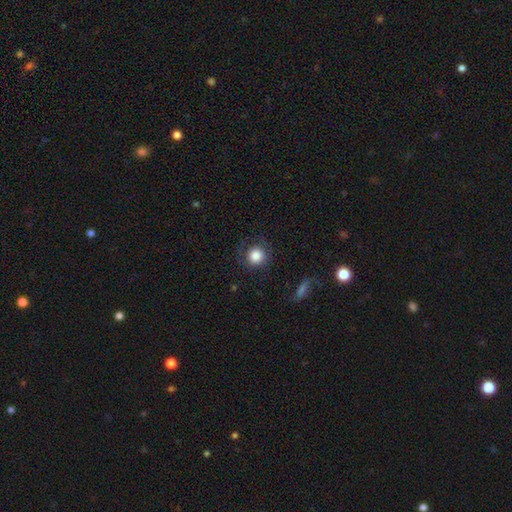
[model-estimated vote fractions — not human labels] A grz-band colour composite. It shows a smooth galaxy with no disk features (82%) that is round (92%). Merging: none (72%).